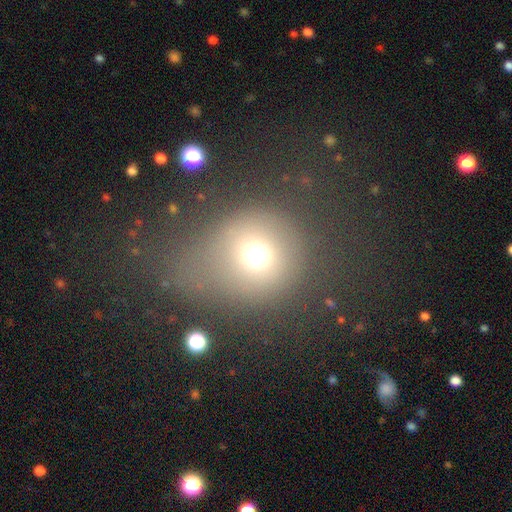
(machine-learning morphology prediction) A smooth galaxy with no disk features (68%) that is round (80%).

Vote fractions:
- Smooth or featured? smooth: 68% / star or artifact: 19% / featured or disk: 13%
- How rounded? round: 80% / in between: 19% / cigar-shaped: 1%
- Merging? none: 48% / major disturbance: 25% / minor disturbance: 22% / merger: 5%